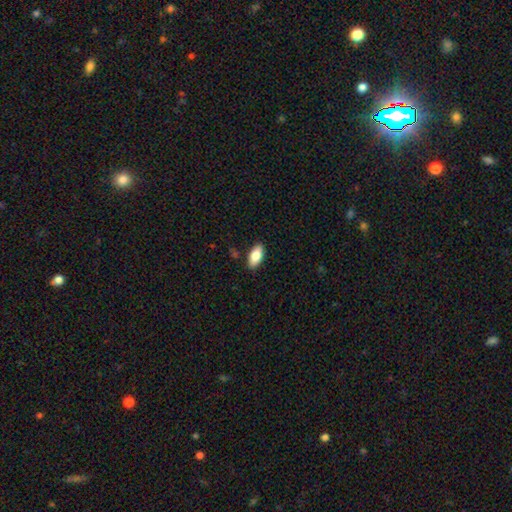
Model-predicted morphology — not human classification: Smooth or featured? Predicted: smooth (p=0.82). How rounded? Predicted: in between (p=0.91). Merging? Predicted: none (p=0.88).